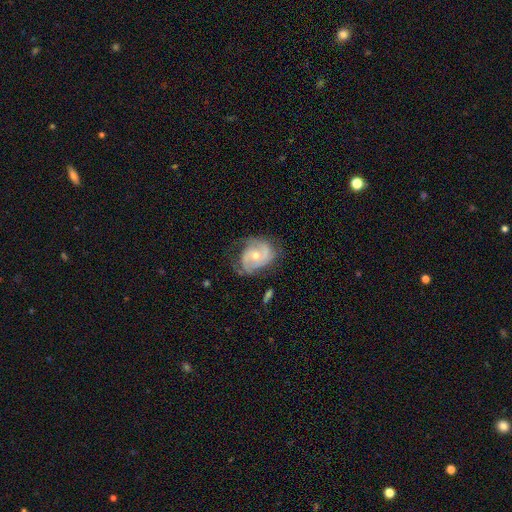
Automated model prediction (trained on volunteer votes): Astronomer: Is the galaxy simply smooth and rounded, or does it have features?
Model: featured or disk — 81%.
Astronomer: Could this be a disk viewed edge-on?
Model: no — 97%.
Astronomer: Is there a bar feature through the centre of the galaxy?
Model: no — 68%.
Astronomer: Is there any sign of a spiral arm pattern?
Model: yes — 94%.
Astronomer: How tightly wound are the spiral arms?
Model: medium — 44% (runner-up: tight, 41%).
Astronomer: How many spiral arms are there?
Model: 2 — 56%.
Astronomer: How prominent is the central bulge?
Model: moderate — 54% (runner-up: small, 42%).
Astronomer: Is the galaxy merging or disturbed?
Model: none — 60%.